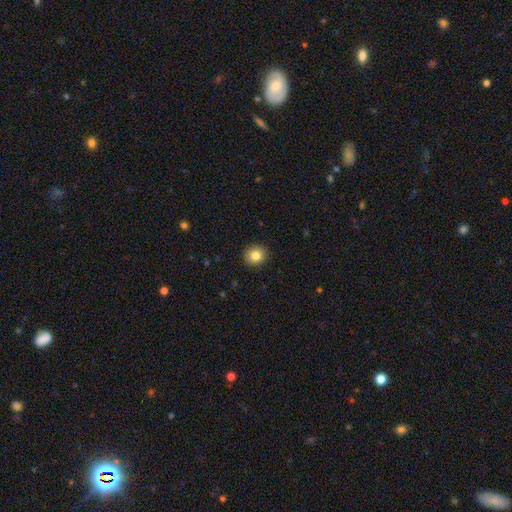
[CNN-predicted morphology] The model was most divided on "how rounded": round: 85%, in between: 15%, cigar-shaped: 1%. More confident: merging — none (91%); smooth or featured — smooth (83%).